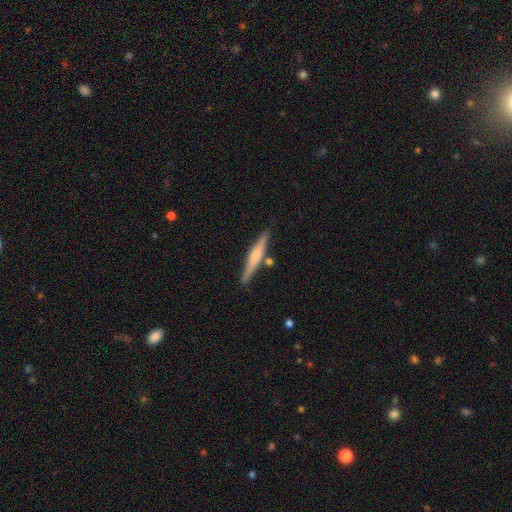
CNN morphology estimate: Q: Smooth or featured?
A: smooth (48%); runner-up: featured or disk (46%)
Q: Merging?
A: none (81%); runner-up: minor disturbance (11%)